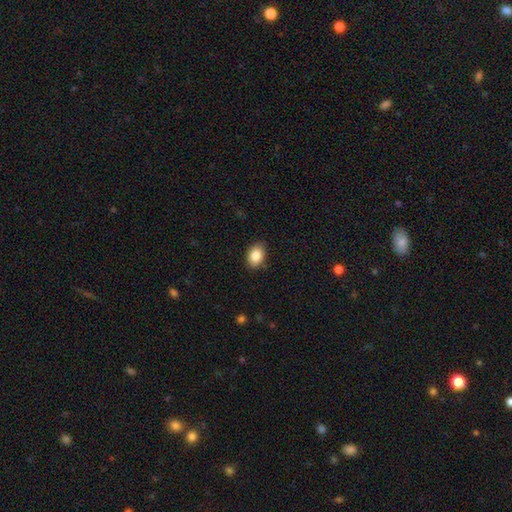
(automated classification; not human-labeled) Overall: smooth (85%). How rounded: in between (79%). Merging: none (85%).